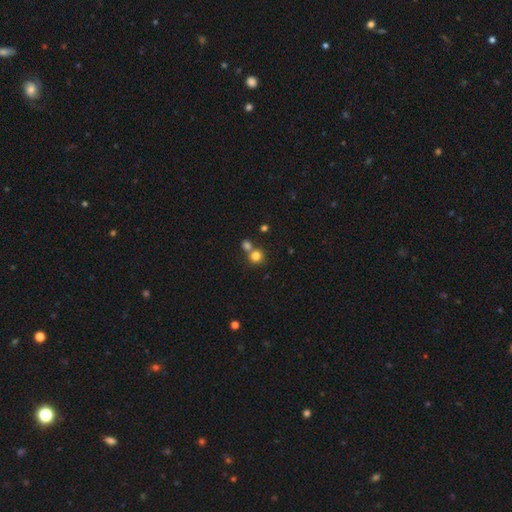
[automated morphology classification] Smooth or featured?
  - smooth: 80% *
  - star or artifact: 13%
  - featured or disk: 7%
How rounded?
  - round: 89% *
  - in between: 10%
  - cigar-shaped: 1%
Merging?
  - none: 55% *
  - merger: 35%
  - minor disturbance: 7%
  - major disturbance: 3%